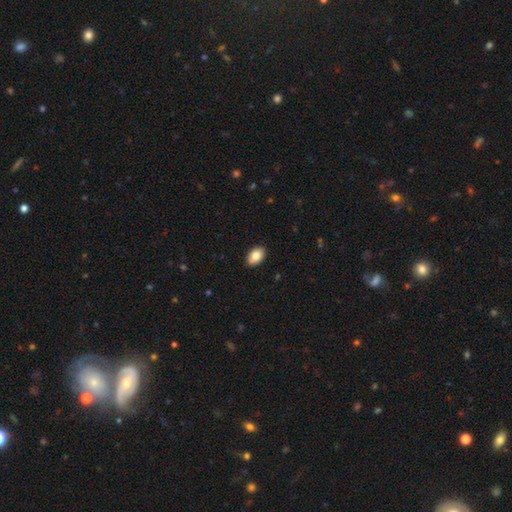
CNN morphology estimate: Smooth or featured? smooth (84%)
How rounded? in between (92%)
Merging? none (89%)